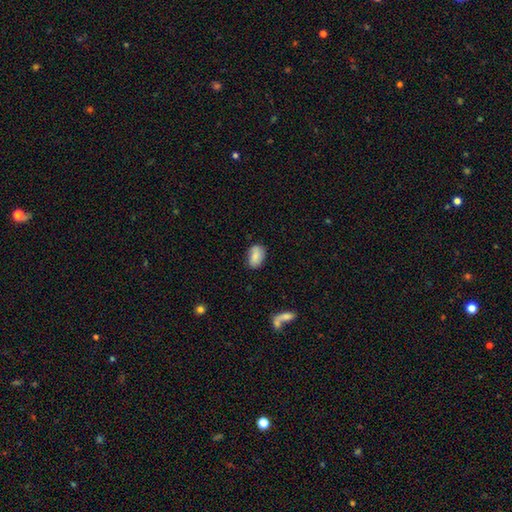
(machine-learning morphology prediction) Q: Smooth or featured?
A: smooth (80%); runner-up: featured or disk (13%)
Q: How rounded?
A: in between (88%); runner-up: round (10%)
Q: Merging?
A: none (71%); runner-up: minor disturbance (23%)